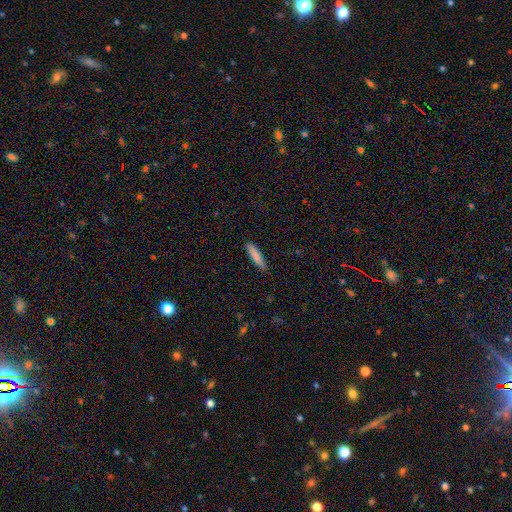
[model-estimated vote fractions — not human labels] This appears to be a smooth galaxy with no disk features (84%) that is cigar-shaped (85%). Merging: none (87%).